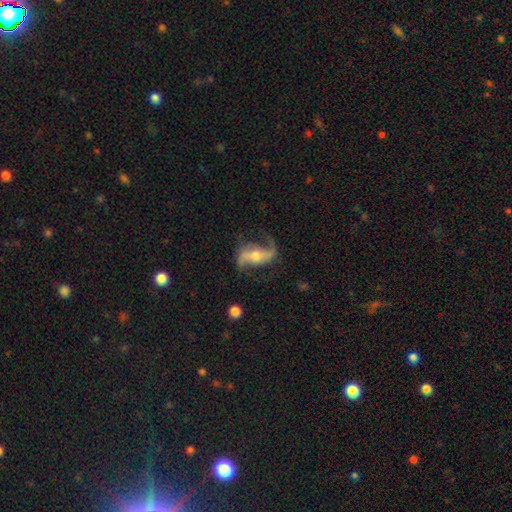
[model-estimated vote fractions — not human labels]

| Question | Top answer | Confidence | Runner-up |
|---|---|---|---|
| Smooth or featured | featured or disk | 87% | smooth (7%) |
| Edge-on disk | no | 94% | yes (6%) |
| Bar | no | 35% | tied: strong (35%) |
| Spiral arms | yes | 96% | no (4%) |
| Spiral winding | loose | 74% | medium (20%) |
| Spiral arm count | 2 | 91% | 1 (4%) |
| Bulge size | moderate | 48% | small (46%) |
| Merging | none | 71% | minor disturbance (16%) |